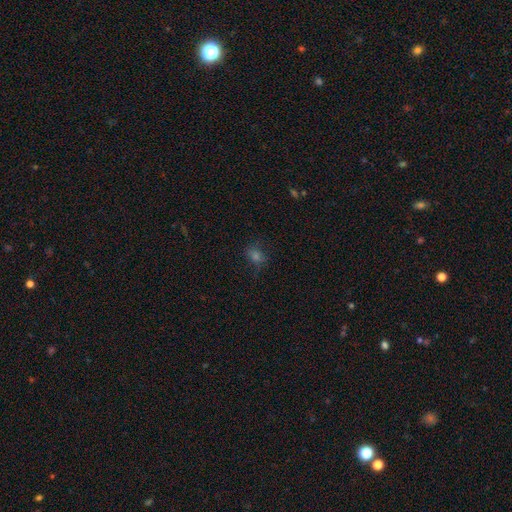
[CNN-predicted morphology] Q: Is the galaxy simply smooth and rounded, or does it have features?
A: smooth — 52%.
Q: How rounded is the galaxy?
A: round — 58%.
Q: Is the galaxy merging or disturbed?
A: none — 70%.